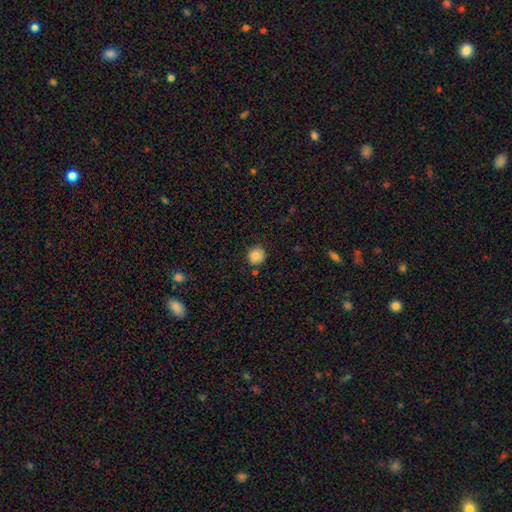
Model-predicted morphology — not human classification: Q: Smooth or featured?
A: smooth (86%); runner-up: star or artifact (10%)
Q: How rounded?
A: round (92%); runner-up: in between (7%)
Q: Merging?
A: none (82%); runner-up: minor disturbance (11%)